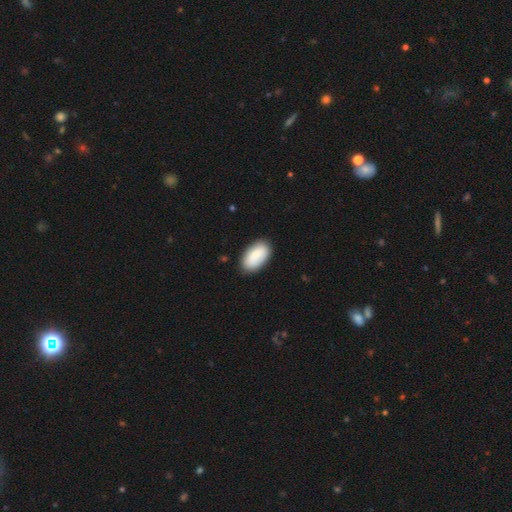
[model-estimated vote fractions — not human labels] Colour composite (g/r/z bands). It shows a smooth galaxy with no disk features (86%) that is in between round and cigar-shaped (95%). Merging: none (85%).